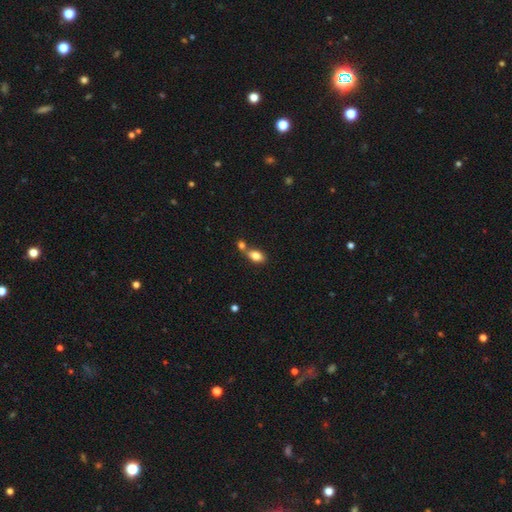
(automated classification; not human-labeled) Smooth or featured? Predicted: smooth (p=0.82). How rounded? Predicted: in between (p=0.86). Merging? Predicted: none (p=0.44).